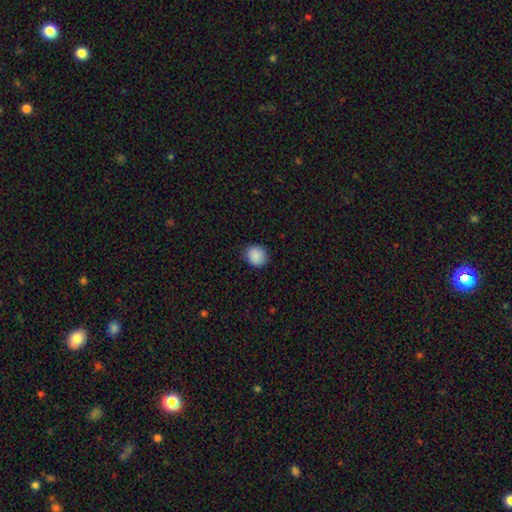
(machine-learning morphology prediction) Smooth or featured: smooth — 89% (star or artifact — 8%)
How rounded: round — 82% (in between — 17%)
Merging: none — 87% (minor disturbance — 9%)